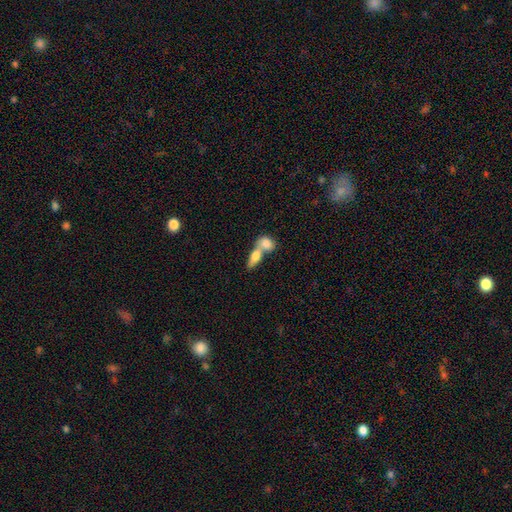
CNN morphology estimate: This is likely a smooth galaxy (73%). How rounded: likely in between (72%). Merging: likely merger (73%).